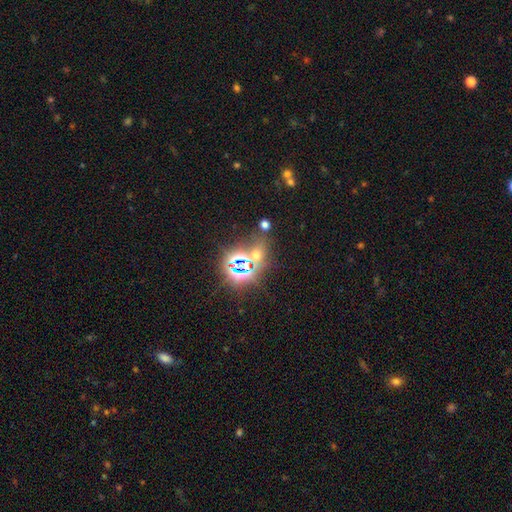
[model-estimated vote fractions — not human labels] star or artifact 60%, smooth 32%, featured or disk 8%.